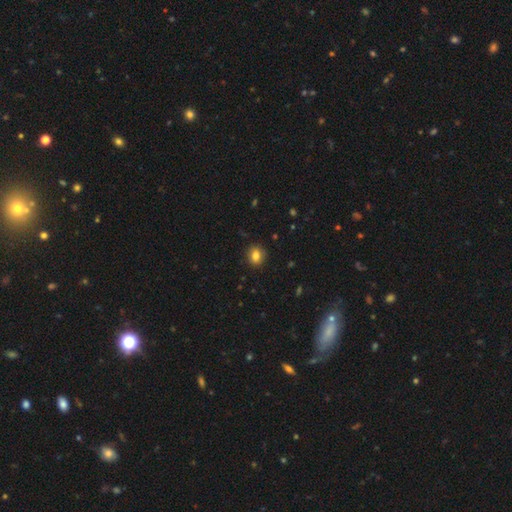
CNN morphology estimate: smooth-or-featured: smooth: 83% | star or artifact: 10% | featured or disk: 7%
  how-rounded: round: 60% | in between: 39% | cigar-shaped: 1%
  merging: none: 89% | minor disturbance: 8% | major disturbance: 2% | merger: 1%